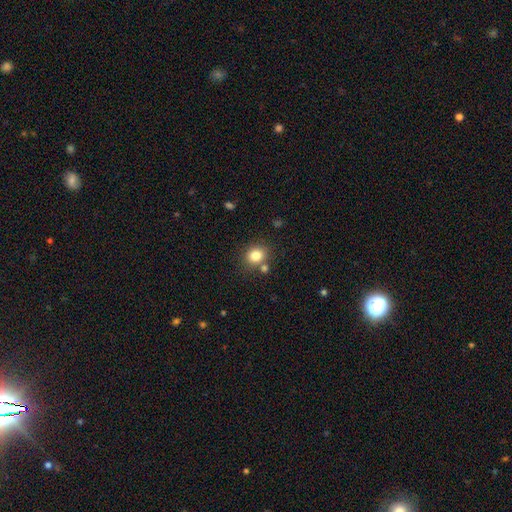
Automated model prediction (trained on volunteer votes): Smooth or featured? smooth (82%)
How rounded? round (65%)
Merging? none (74%)